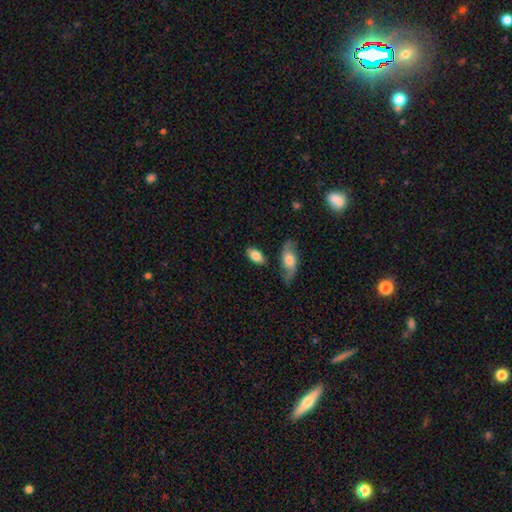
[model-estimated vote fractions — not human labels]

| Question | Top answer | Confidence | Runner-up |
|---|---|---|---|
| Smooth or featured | smooth | 78% | featured or disk (16%) |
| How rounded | in between | 92% | round (4%) |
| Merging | none | 77% | minor disturbance (13%) |